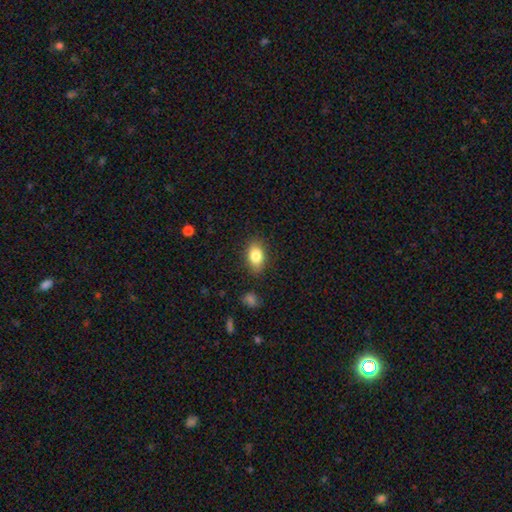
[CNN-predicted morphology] A smooth galaxy with no disk features (83%) that is in between round and cigar-shaped (86%).

Vote fractions:
- Smooth or featured? smooth: 83% / featured or disk: 9% / star or artifact: 8%
- How rounded? in between: 86% / round: 12% / cigar-shaped: 2%
- Merging? none: 84% / minor disturbance: 11% / major disturbance: 3% / merger: 2%